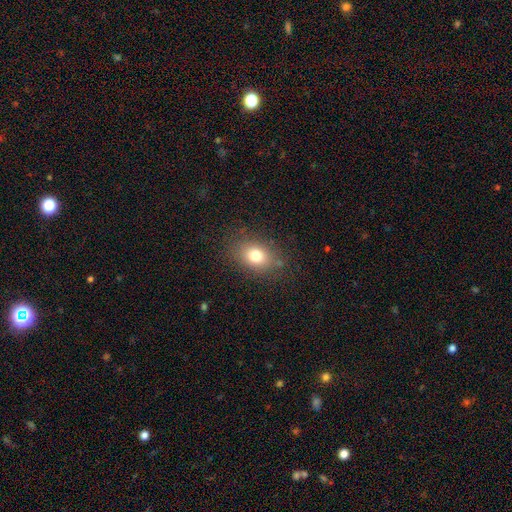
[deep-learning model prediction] Smooth or featured? smooth (77%)
How rounded? in between (66%)
Merging? none (82%)